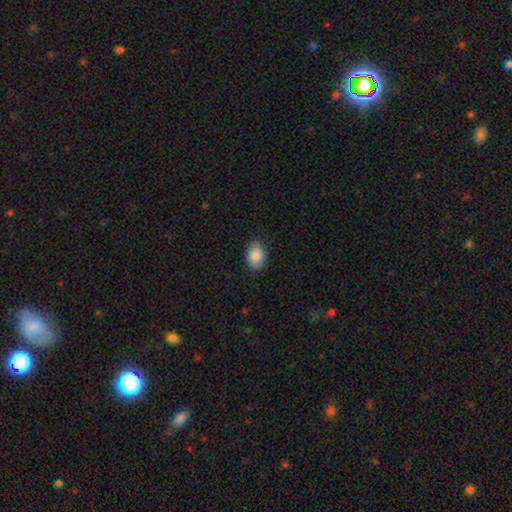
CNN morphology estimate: Smooth or featured? Predicted: smooth (p=0.88). How rounded? Predicted: in between (p=0.83). Merging? Predicted: none (p=0.86).